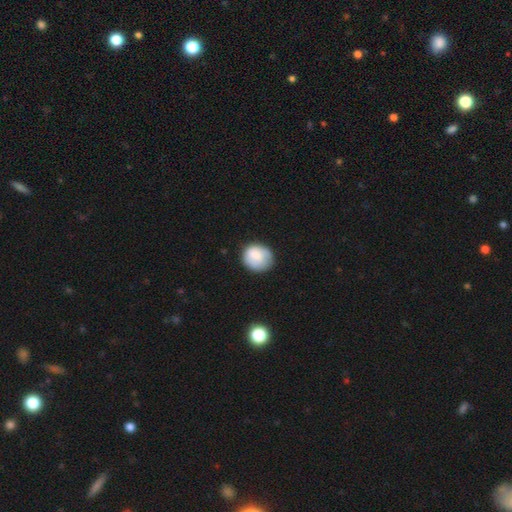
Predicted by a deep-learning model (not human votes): Smooth or featured? Predicted: smooth (p=0.77). How rounded? Predicted: round (p=0.79). Merging? Predicted: none (p=0.74).